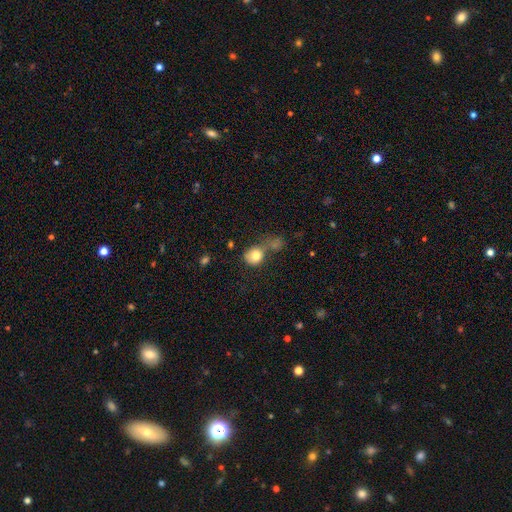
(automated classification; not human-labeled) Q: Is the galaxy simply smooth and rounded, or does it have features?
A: smooth — 80%.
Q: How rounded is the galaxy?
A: round — 68%.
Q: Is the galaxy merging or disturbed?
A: merger — 35%.